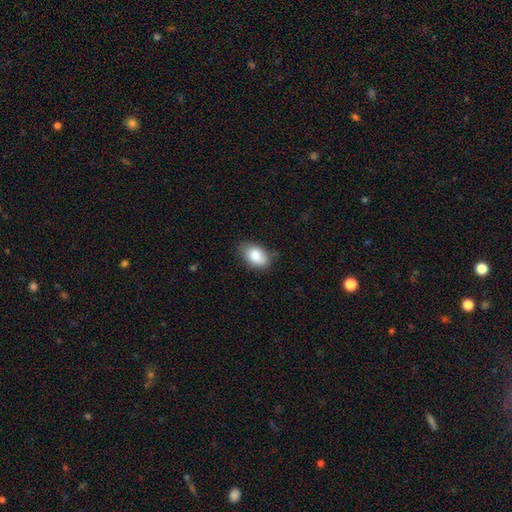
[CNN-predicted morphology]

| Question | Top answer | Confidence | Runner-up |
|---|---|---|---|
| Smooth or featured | smooth | 84% | featured or disk (9%) |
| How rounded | in between | 90% | round (8%) |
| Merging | none | 68% | minor disturbance (25%) |